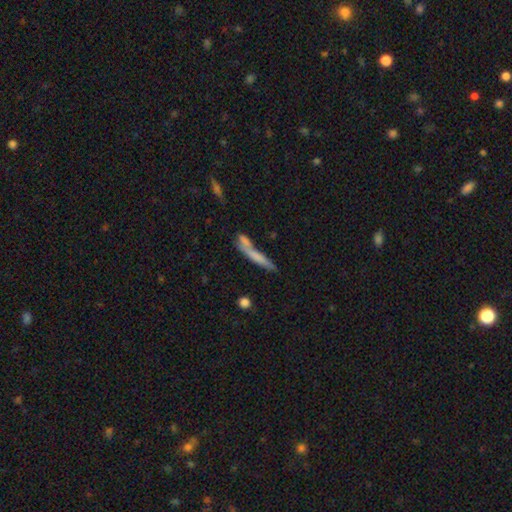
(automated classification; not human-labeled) This is likely a smooth galaxy (62%). How rounded: clearly cigar-shaped (89%). Merging: possibly none (50%).